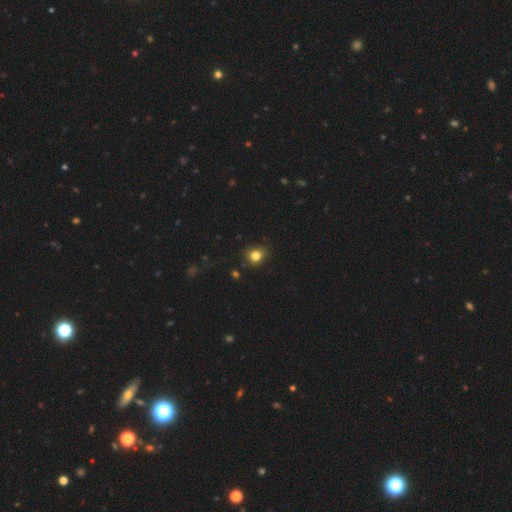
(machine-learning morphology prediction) A smooth galaxy with no disk features (81%) that is round (76%).

Vote fractions:
- Smooth or featured? smooth: 81% / star or artifact: 13% / featured or disk: 6%
- How rounded? round: 76% / in between: 23% / cigar-shaped: 1%
- Merging? none: 84% / minor disturbance: 12% / major disturbance: 3% / merger: 2%